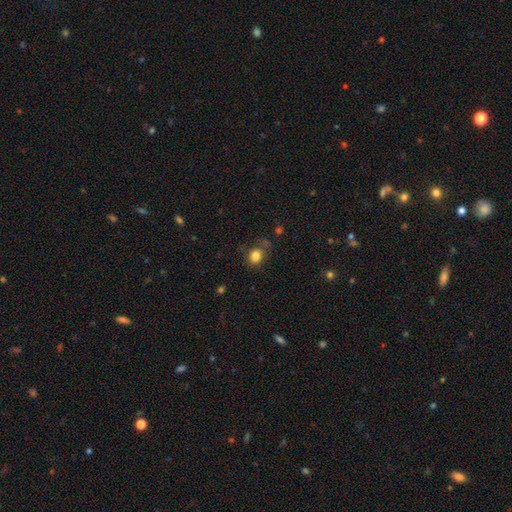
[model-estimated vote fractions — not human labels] Smooth or featured? Predicted: smooth (p=0.82). How rounded? Predicted: round (p=0.57). Merging? Predicted: none (p=0.67).